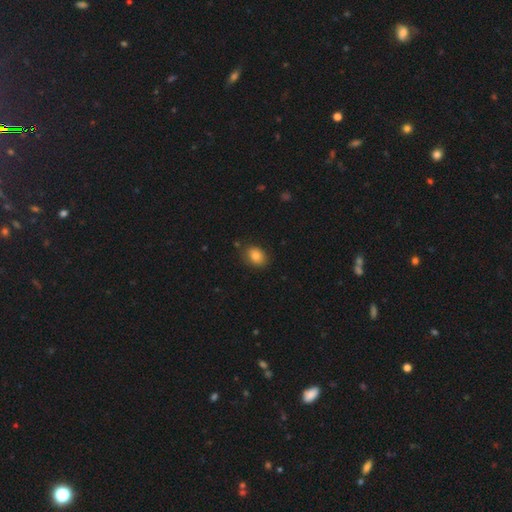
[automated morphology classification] smooth 83%, star or artifact 10%, featured or disk 7%. Down the decision tree: how rounded — in between (67%); merging — none (83%).